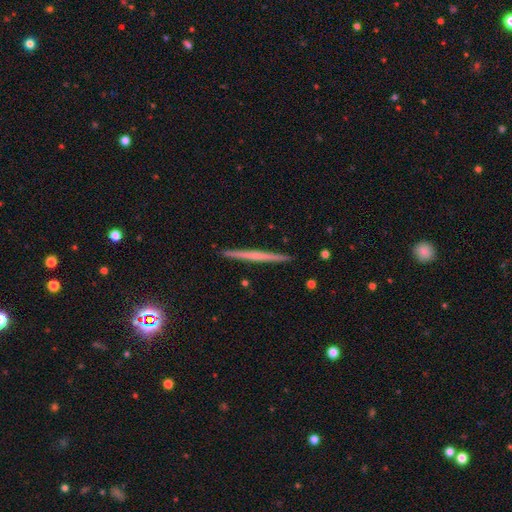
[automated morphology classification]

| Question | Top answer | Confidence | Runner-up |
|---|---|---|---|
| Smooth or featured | featured or disk | 57% | smooth (36%) |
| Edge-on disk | yes | 98% | no (2%) |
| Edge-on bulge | none | 82% | rounded (14%) |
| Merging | none | 93% | minor disturbance (5%) |